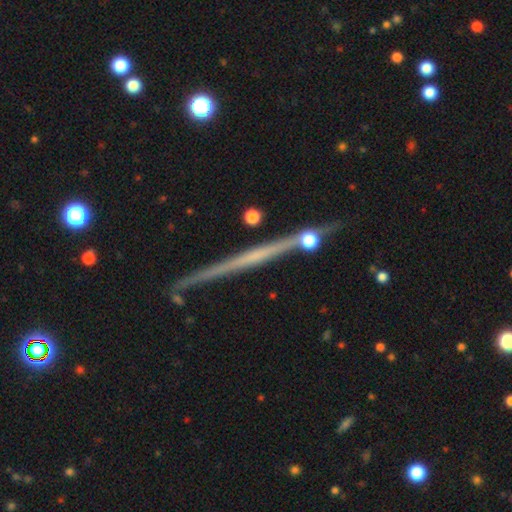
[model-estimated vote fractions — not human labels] smooth_or_featured: featured or disk (p=0.69) [alt: smooth p=0.23]
disk_edge_on: yes (p=0.98) [alt: no p=0.02]
edge_on_bulge: none (p=0.82) [alt: rounded p=0.13]
merging: none (p=0.84) [alt: minor disturbance p=0.10]